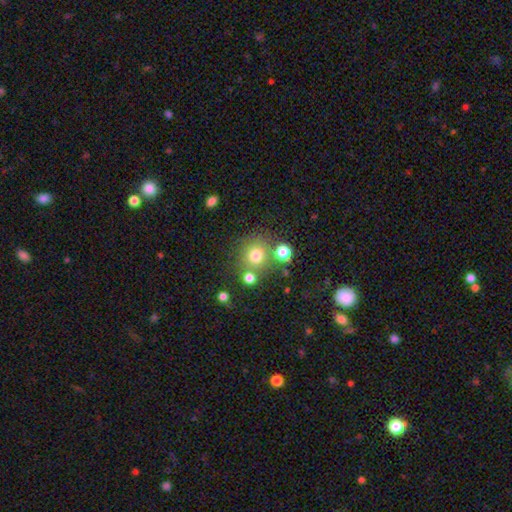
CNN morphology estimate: Smooth or featured: smooth — 72% (star or artifact — 17%)
How rounded: round — 87% (in between — 12%)
Merging: none — 69% (merger — 15%)